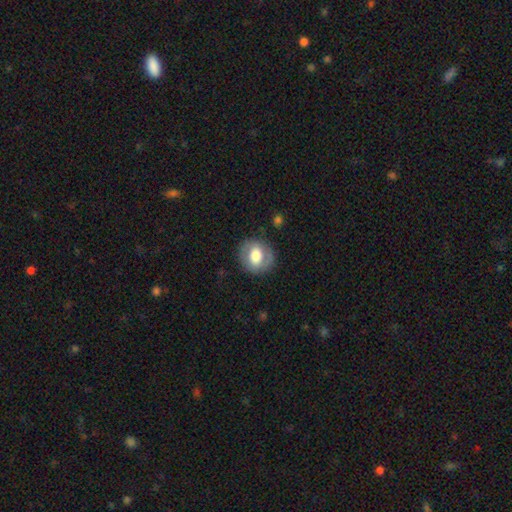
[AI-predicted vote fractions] smooth 56%, featured or disk 37%, star or artifact 7%. Down the decision tree: how rounded — round (76%); merging — none (83%).